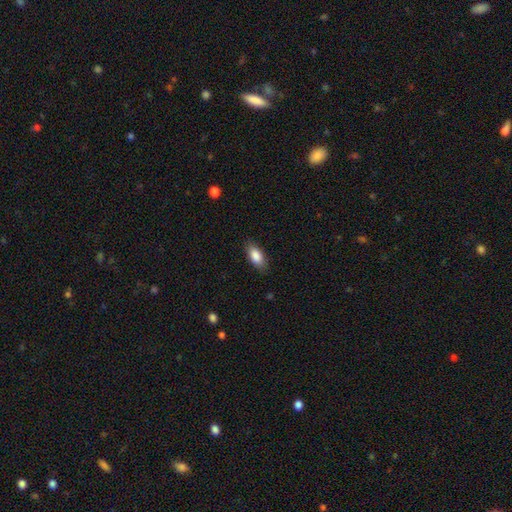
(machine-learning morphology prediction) A smooth galaxy with no disk features (86%) that is in between round and cigar-shaped (87%).

Vote fractions:
- Smooth or featured? smooth: 86% / featured or disk: 7% / star or artifact: 7%
- How rounded? in between: 87% / cigar-shaped: 10% / round: 3%
- Merging? none: 85% / minor disturbance: 11% / major disturbance: 3% / merger: 1%